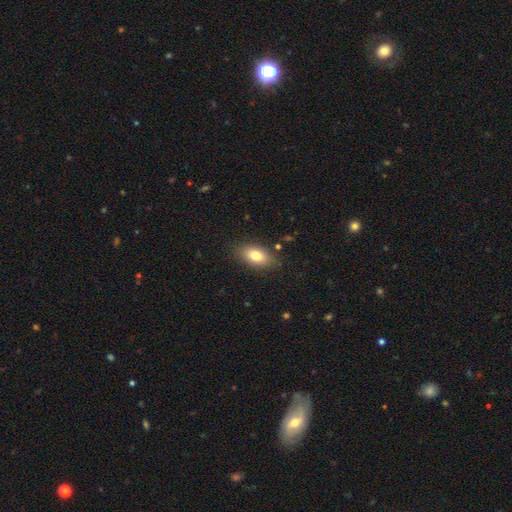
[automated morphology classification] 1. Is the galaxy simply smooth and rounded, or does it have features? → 80% smooth, 13% featured or disk, 8% star or artifact.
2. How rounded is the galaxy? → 89% in between, 7% round, 4% cigar-shaped.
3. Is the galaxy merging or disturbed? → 85% none, 11% minor disturbance, 3% major disturbance, 1% merger.